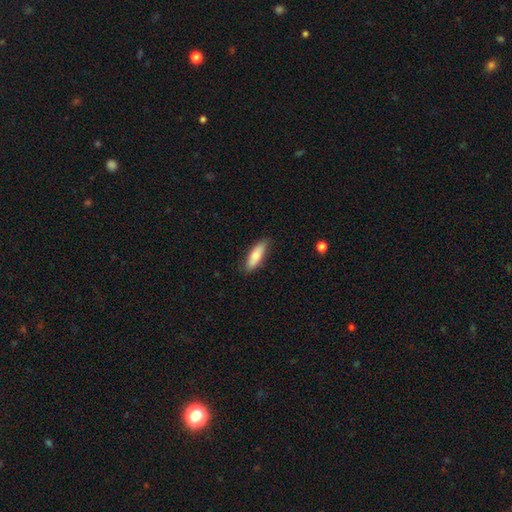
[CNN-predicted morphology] This appears to be a smooth galaxy with no disk features (76%) that is cigar-shaped (50%). Merging: none (84%).